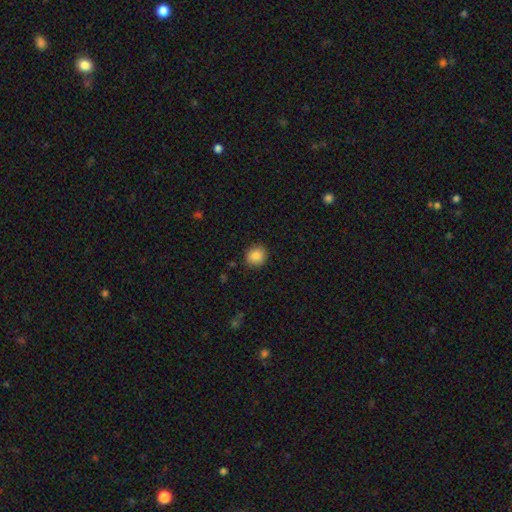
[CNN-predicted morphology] type=smooth (86%); roundness=round (82%); merging=none (88%).